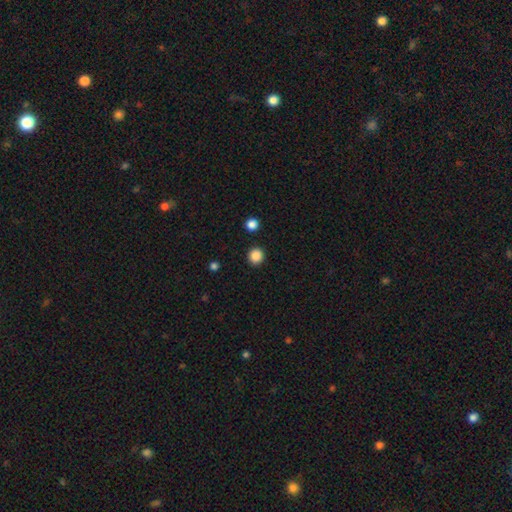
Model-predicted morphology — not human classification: type=smooth (87%); roundness=round (91%); merging=none (91%).